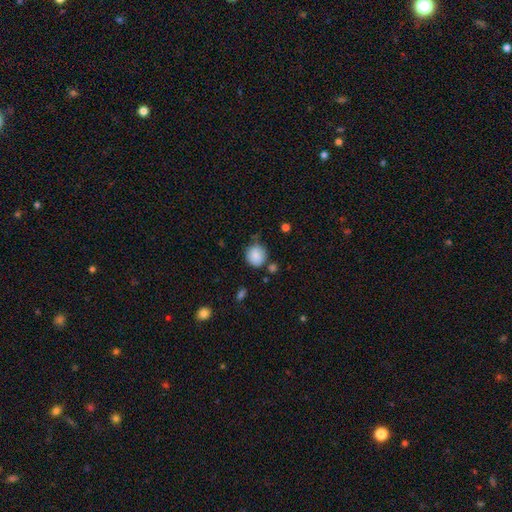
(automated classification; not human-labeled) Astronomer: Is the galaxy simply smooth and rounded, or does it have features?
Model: smooth — 86%.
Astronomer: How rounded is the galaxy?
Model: round — 87%.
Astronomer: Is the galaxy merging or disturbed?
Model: none — 73%.